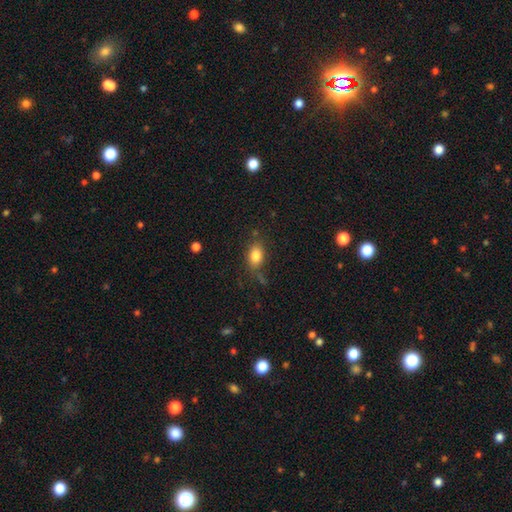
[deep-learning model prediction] Overall: smooth (82%). How rounded: in between (80%). Merging: none (71%).